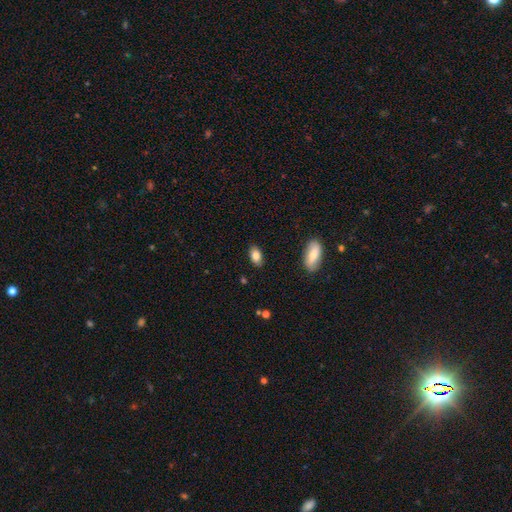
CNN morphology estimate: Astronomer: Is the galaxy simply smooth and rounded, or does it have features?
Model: smooth — 82%.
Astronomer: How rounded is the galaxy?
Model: in between — 91%.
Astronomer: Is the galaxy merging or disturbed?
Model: none — 86%.